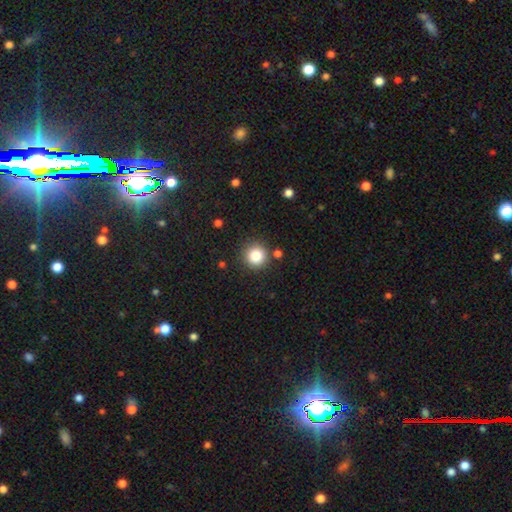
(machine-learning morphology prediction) Overall: smooth (85%). How rounded: round (94%). Merging: none (86%).